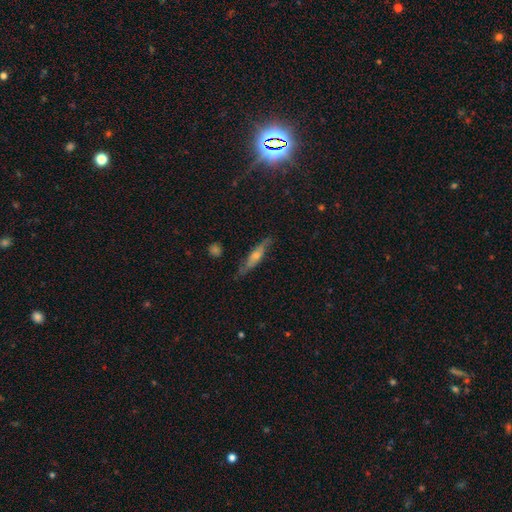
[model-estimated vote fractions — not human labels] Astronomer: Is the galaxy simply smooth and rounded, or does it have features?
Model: featured or disk — 49% (runner-up: smooth, 44%).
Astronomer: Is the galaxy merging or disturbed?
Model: none — 72%.